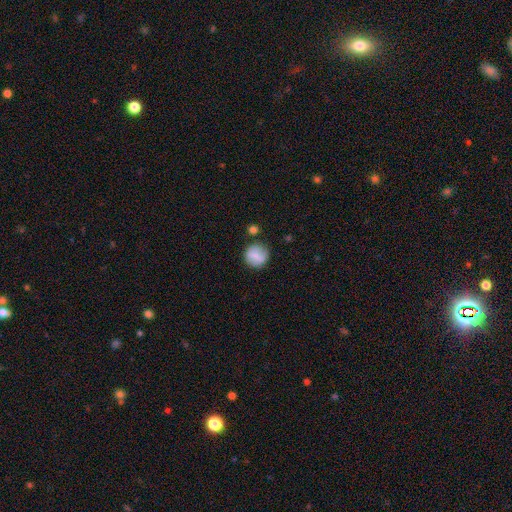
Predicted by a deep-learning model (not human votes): Overall: smooth (69%). How rounded: round (92%). Merging: none (78%).